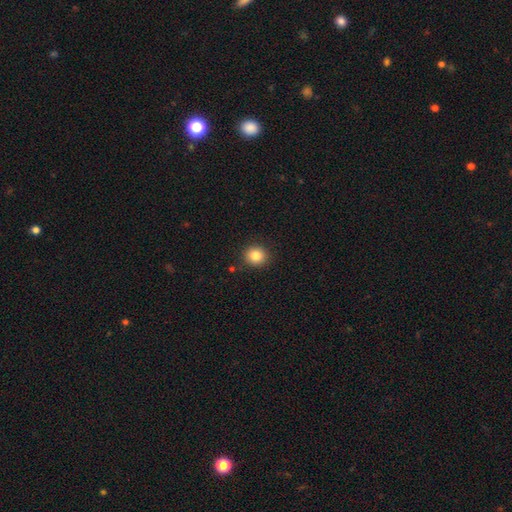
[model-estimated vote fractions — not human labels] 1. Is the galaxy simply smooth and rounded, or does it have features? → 84% smooth, 10% star or artifact, 6% featured or disk.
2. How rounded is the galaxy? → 86% round, 13% in between, 1% cigar-shaped.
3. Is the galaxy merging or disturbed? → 90% none, 7% minor disturbance, 2% major disturbance, 1% merger.